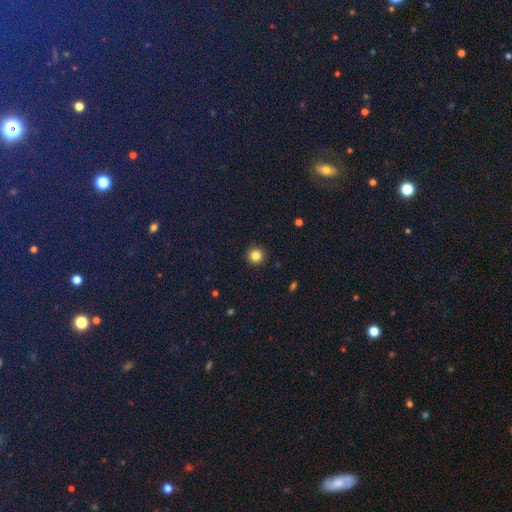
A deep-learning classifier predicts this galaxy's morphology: This appears to be a smooth galaxy with no disk features (84%) that is round (95%). Merging: none (93%).